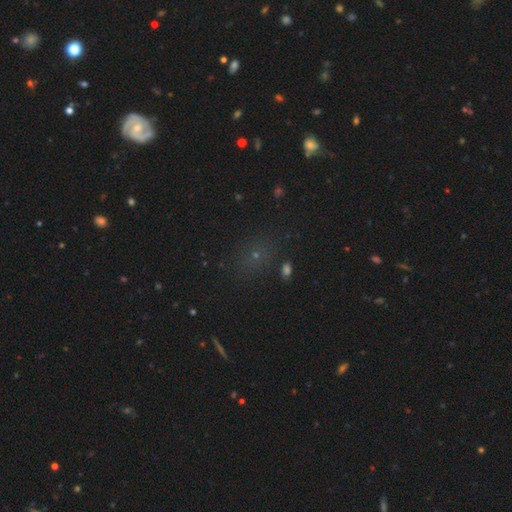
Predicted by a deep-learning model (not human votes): smooth-or-featured: smooth: 48% | star or artifact: 42% | featured or disk: 10%
  merging: none: 78% | minor disturbance: 12% | major disturbance: 6% | merger: 5%